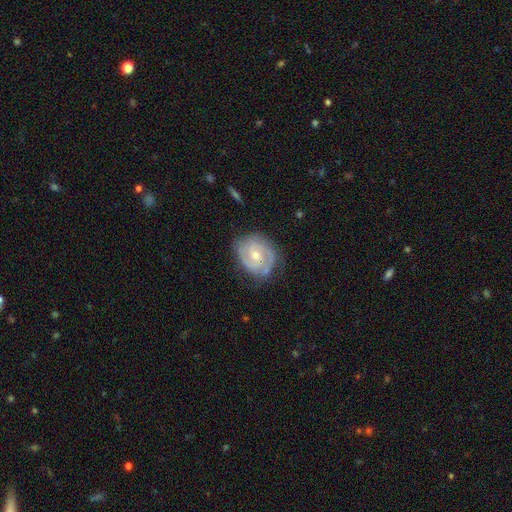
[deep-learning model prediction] Smooth or featured?
  - featured or disk: 82% *
  - smooth: 13%
  - star or artifact: 5%
Edge-on disk?
  - no: 98% *
  - yes: 2%
Bar?
  - no: 56% *
  - weak: 37%
  - strong: 7%
Spiral arms?
  - yes: 93% *
  - no: 7%
Spiral winding?
  - tight: 58% *
  - medium: 35%
  - loose: 8%
Spiral arm count?
  - 2: 65% *
  - can't tell: 15%
  - 3: 12%
  - 1: 3%
  - 4: 2%
  - more than 4: 2%
Bulge size?
  - moderate: 53% *
  - small: 44%
  - large: 2%
  - none: 1%
  - dominant: 1%
Merging?
  - none: 71% *
  - minor disturbance: 21%
  - major disturbance: 6%
  - merger: 2%